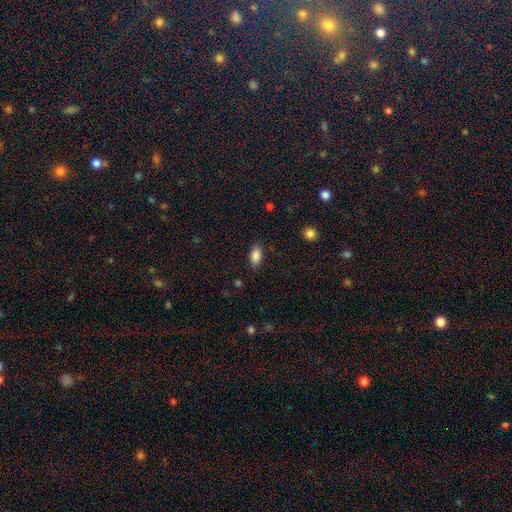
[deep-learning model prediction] smooth 88%, star or artifact 8%, featured or disk 5%. Down the decision tree: how rounded — in between (92%); merging — none (83%).